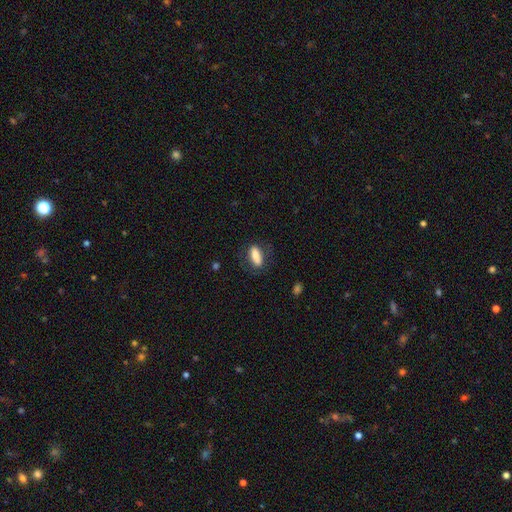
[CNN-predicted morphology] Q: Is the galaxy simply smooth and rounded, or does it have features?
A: smooth — 78%.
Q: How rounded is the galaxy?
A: in between — 57%.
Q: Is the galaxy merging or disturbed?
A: none — 76%.